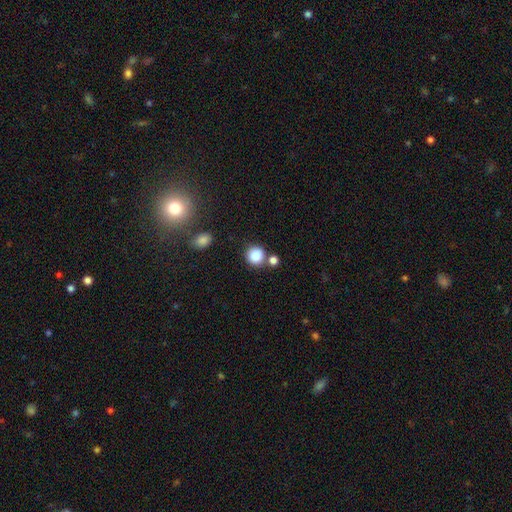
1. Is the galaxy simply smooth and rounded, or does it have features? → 87% smooth, 8% featured or disk, 5% star or artifact.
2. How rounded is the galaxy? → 94% round, 6% in between, 0% cigar-shaped.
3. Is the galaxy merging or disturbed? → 68% none, 24% merger, 5% minor disturbance, 3% major disturbance.